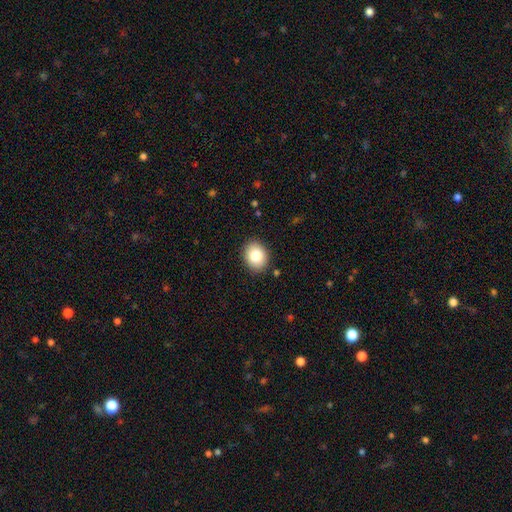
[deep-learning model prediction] Smooth or featured?
  - smooth: 83% *
  - featured or disk: 9%
  - star or artifact: 9%
How rounded?
  - round: 51% *
  - in between: 48%
  - cigar-shaped: 1%
Merging?
  - none: 89% *
  - minor disturbance: 8%
  - major disturbance: 2%
  - merger: 1%